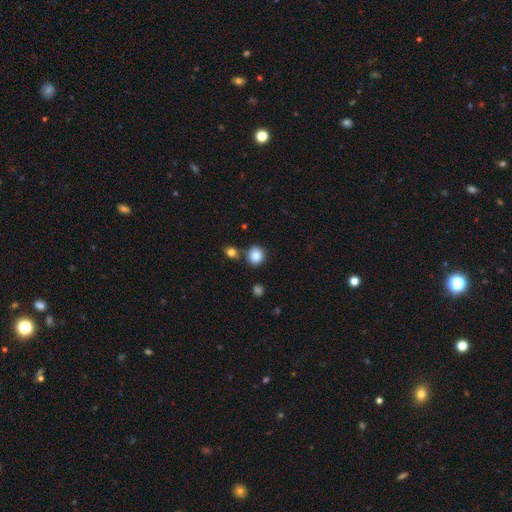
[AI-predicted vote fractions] The model was most divided on "merging": none: 80%, minor disturbance: 9%, merger: 8%, major disturbance: 3%. More confident: how rounded — round (86%); smooth or featured — smooth (86%).